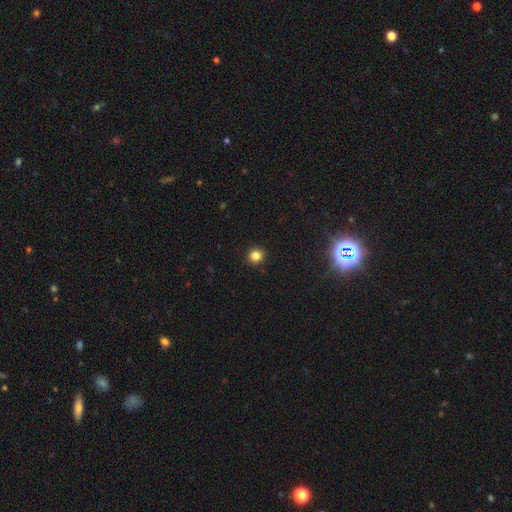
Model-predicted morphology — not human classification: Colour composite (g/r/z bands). It shows a smooth galaxy with no disk features (83%) that is round (91%). Merging: none (93%).